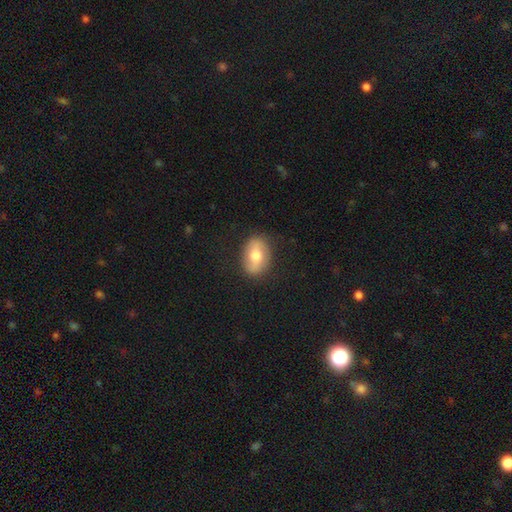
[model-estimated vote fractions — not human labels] A smooth galaxy with no disk features (59%) that is in between round and cigar-shaped (80%).

Vote fractions:
- Smooth or featured? smooth: 59% / featured or disk: 34% / star or artifact: 7%
- How rounded? in between: 80% / round: 18% / cigar-shaped: 2%
- Merging? none: 84% / minor disturbance: 12% / major disturbance: 3% / merger: 1%